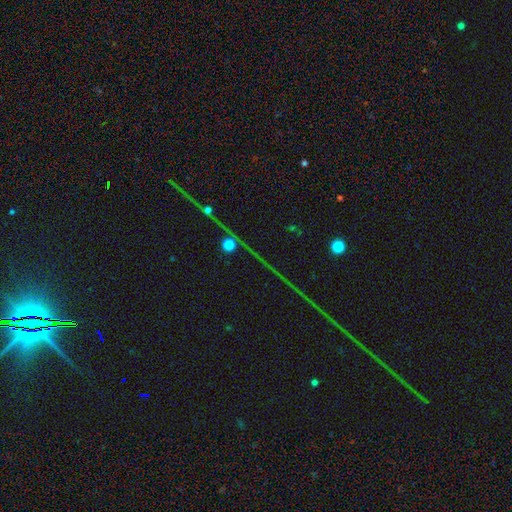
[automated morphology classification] type=star or artifact (81%).